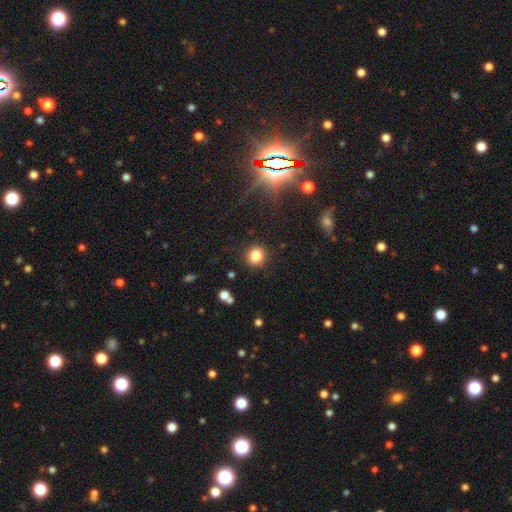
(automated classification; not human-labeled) This appears to be a smooth galaxy with no disk features (83%) that is round (85%). Merging: none (87%).